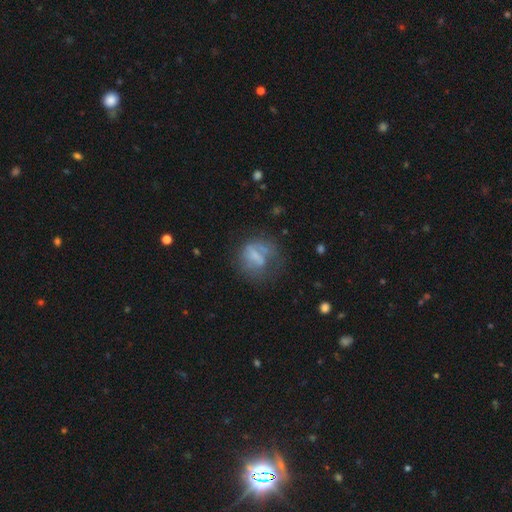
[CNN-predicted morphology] This appears to be a smooth galaxy with no disk features (46%). Merging: none (39%).